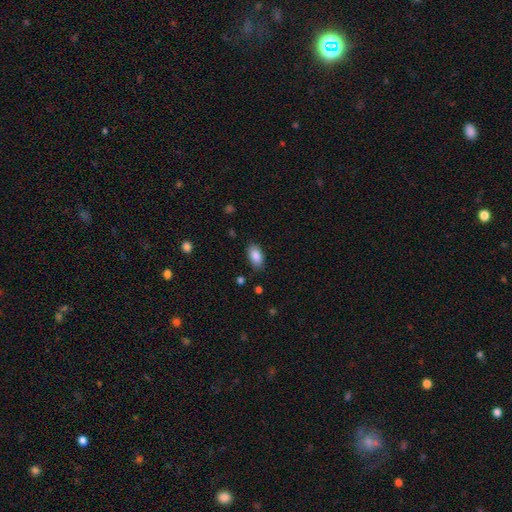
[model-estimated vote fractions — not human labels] This is clearly a smooth galaxy (87%). How rounded: clearly in between (93%). Merging: clearly none (83%).